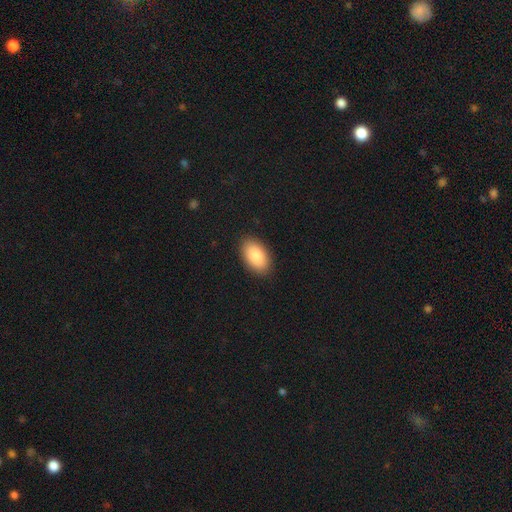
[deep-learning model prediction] Smooth or featured? smooth (86%)
How rounded? in between (94%)
Merging? none (89%)